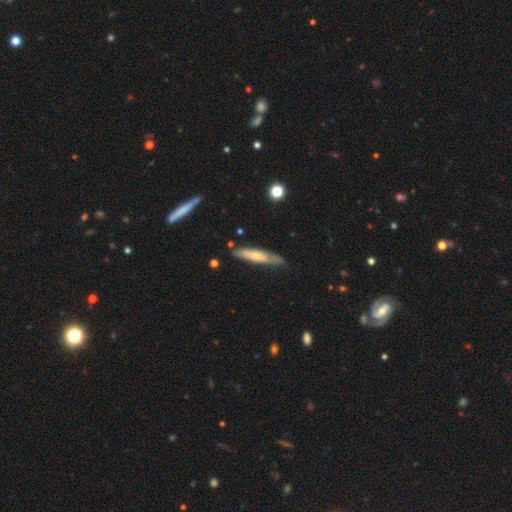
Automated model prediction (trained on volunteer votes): Smooth or featured?
  - smooth: 57% *
  - featured or disk: 38%
  - star or artifact: 5%
How rounded?
  - cigar-shaped: 84% *
  - in between: 14%
  - round: 1%
Merging?
  - none: 75% *
  - minor disturbance: 19%
  - major disturbance: 3%
  - merger: 3%